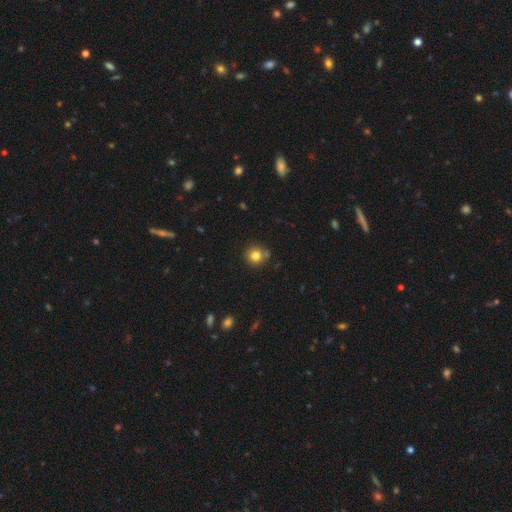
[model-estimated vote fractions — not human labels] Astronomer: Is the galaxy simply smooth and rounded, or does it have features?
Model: smooth — 81%.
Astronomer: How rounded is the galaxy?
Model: round — 92%.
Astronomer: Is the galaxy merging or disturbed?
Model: none — 78%.